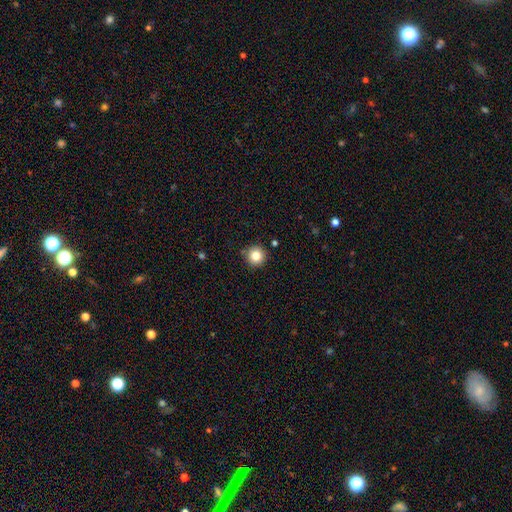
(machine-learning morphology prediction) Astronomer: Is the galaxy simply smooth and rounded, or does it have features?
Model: smooth — 82%.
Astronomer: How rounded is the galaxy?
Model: round — 95%.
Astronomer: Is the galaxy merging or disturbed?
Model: none — 89%.